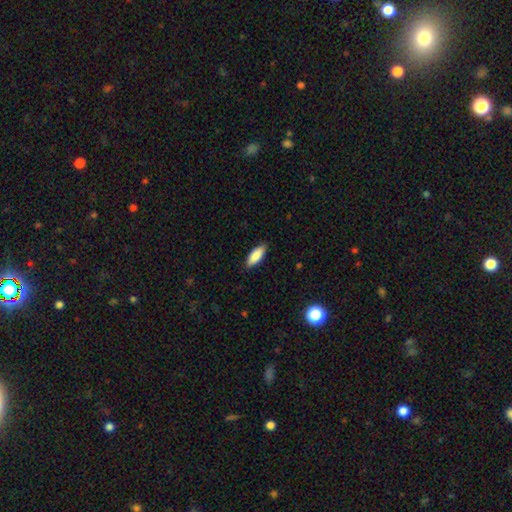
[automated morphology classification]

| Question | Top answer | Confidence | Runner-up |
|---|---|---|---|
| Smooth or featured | smooth | 86% | featured or disk (7%) |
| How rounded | in between | 75% | cigar-shaped (23%) |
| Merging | none | 87% | minor disturbance (10%) |